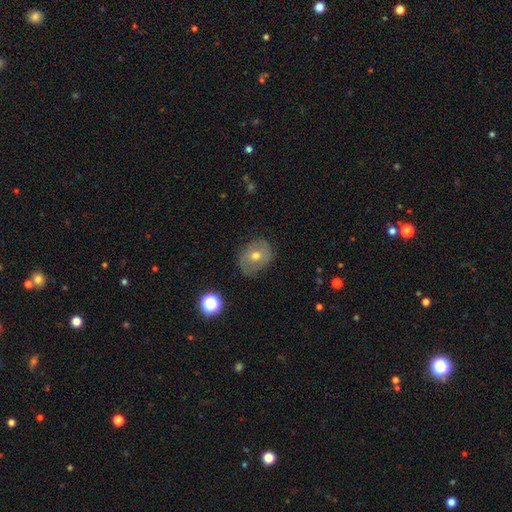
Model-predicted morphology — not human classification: Smooth or featured? smooth (48%)
Merging? none (75%)